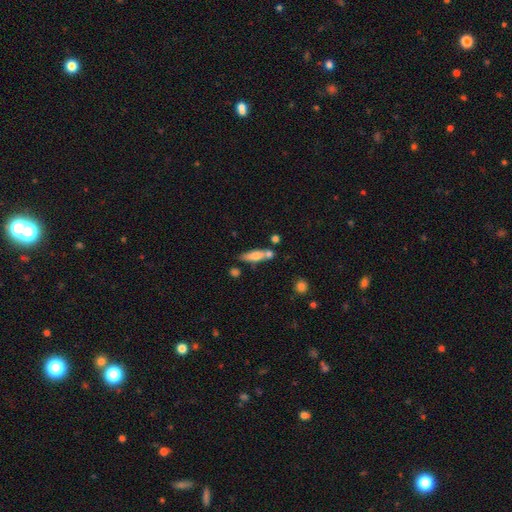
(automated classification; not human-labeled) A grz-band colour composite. It shows a smooth galaxy with no disk features (61%) that is cigar-shaped (66%). Merging: none (62%).